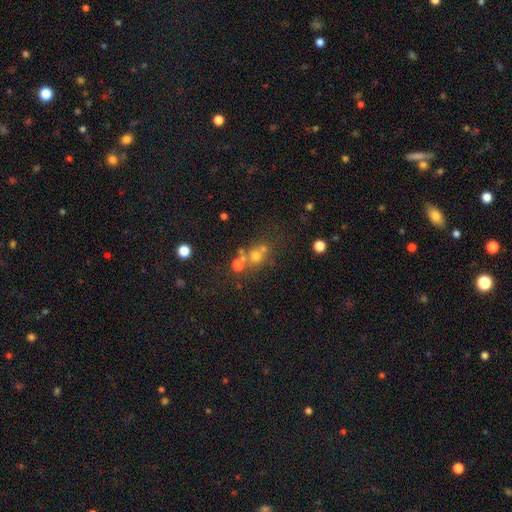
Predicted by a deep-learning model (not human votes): smooth-or-featured: smooth: 53% | star or artifact: 28% | featured or disk: 19%
  how-rounded: round: 79% | in between: 20% | cigar-shaped: 2%
  merging: none: 50% | merger: 35% | minor disturbance: 9% | major disturbance: 6%